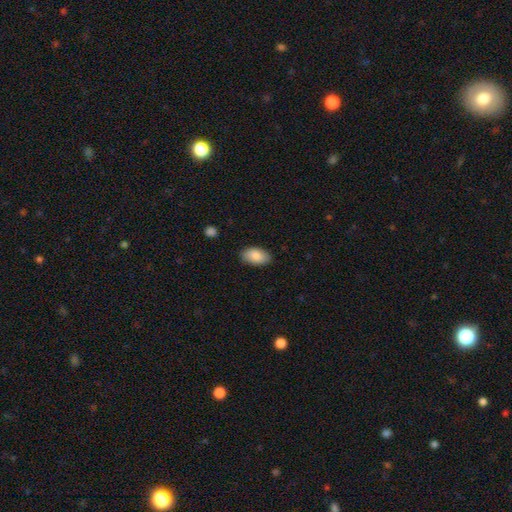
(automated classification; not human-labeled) The model was most divided on "merging": none: 86%, minor disturbance: 11%, major disturbance: 2%, merger: 1%. More confident: how rounded — in between (95%); smooth or featured — smooth (86%).